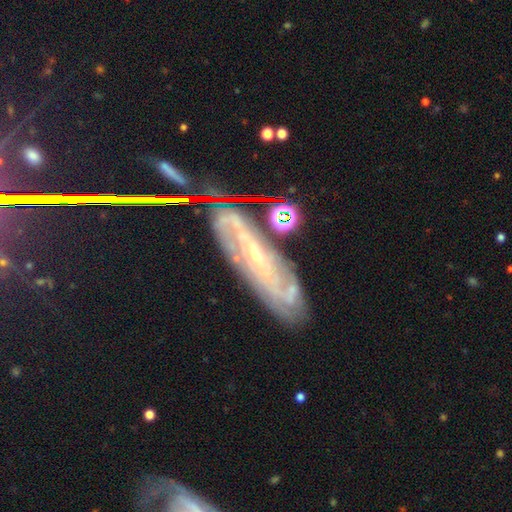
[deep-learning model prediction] A featured or disk galaxy (80%) with no bar (52%), tight (63%) spiral arms (92%) and a small central bulge (83%).

Vote fractions:
- Smooth or featured? featured or disk: 80% / star or artifact: 10% / smooth: 10%
- Edge-on disk? no: 79% / yes: 21%
- Bar? no: 52% / weak: 29% / strong: 19%
- Spiral arms? yes: 92% / no: 8%
- Spiral winding? tight: 63% / medium: 27% / loose: 9%
- Spiral arm count? can't tell: 42% / 2: 25% / 3: 12% / 4: 8% / more than 4: 7% / 1: 5%
- Bulge size? small: 83% / moderate: 13% / none: 2% / large: 1% / dominant: 1%
- Merging? none: 74% / minor disturbance: 17% / major disturbance: 5% / merger: 4%